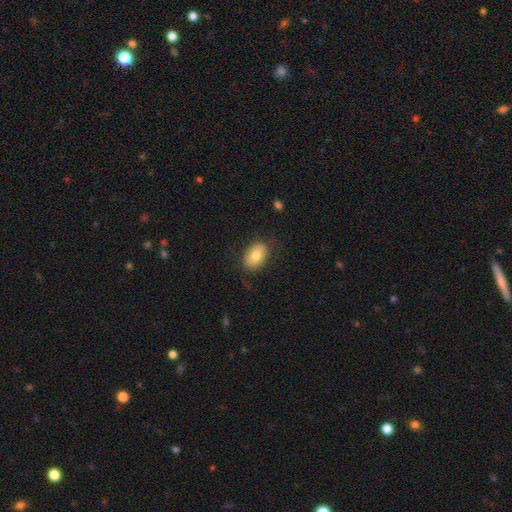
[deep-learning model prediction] smooth-or-featured: smooth: 77% | featured or disk: 15% | star or artifact: 7%
  how-rounded: in between: 81% | round: 18% | cigar-shaped: 1%
  merging: none: 81% | minor disturbance: 14% | major disturbance: 4% | merger: 1%